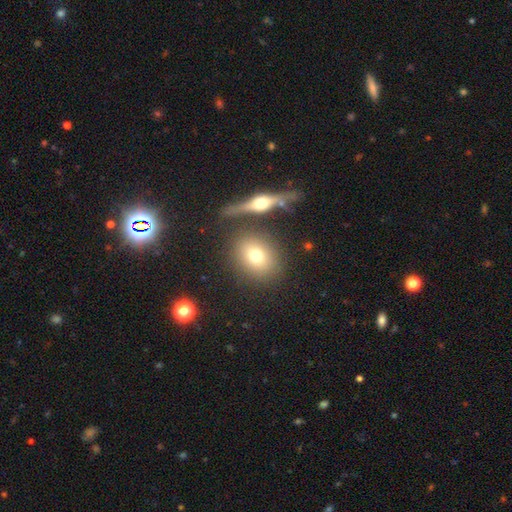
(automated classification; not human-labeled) Smooth or featured?
  - smooth: 72% *
  - featured or disk: 18%
  - star or artifact: 11%
How rounded?
  - round: 63% *
  - in between: 34%
  - cigar-shaped: 2%
Merging?
  - none: 76% *
  - minor disturbance: 10%
  - merger: 10%
  - major disturbance: 4%